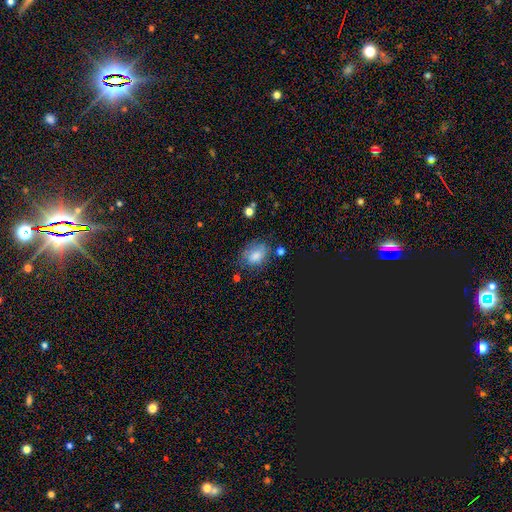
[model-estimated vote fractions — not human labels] Morphology: type=smooth (73%); roundness=in between (73%); merging=none (60%).